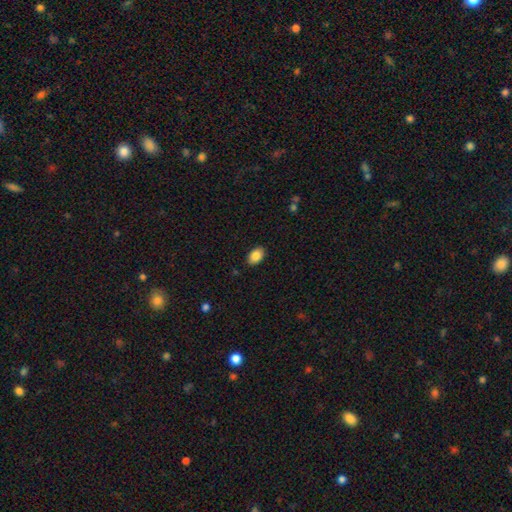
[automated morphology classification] A smooth galaxy with no disk features (87%) that is in between round and cigar-shaped (89%).

Vote fractions:
- Smooth or featured? smooth: 87% / star or artifact: 7% / featured or disk: 6%
- How rounded? in between: 89% / round: 10% / cigar-shaped: 1%
- Merging? none: 88% / minor disturbance: 9% / major disturbance: 2% / merger: 1%